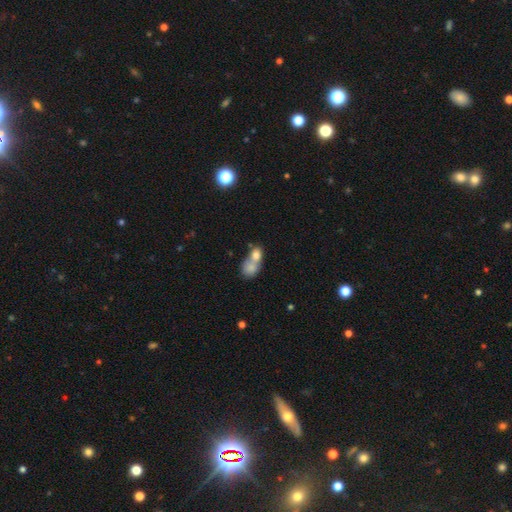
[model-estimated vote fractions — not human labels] Overall: smooth (75%). How rounded: in between (52%; round 46%). Merging: merger (73%).